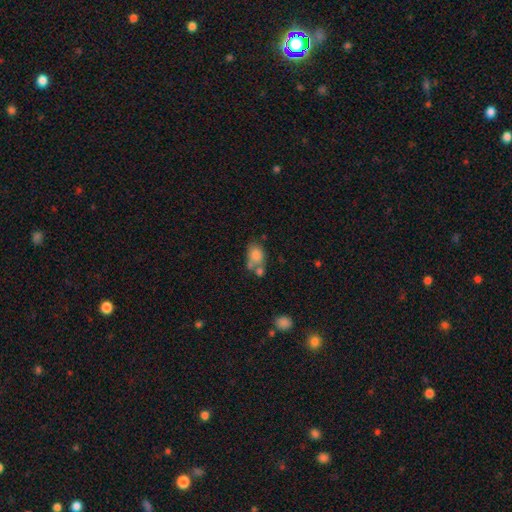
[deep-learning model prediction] smooth-or-featured: smooth: 77% | featured or disk: 14% | star or artifact: 9%
  how-rounded: in between: 71% | round: 27% | cigar-shaped: 2%
  merging: merger: 38% | none: 36% | minor disturbance: 17% | major disturbance: 8%